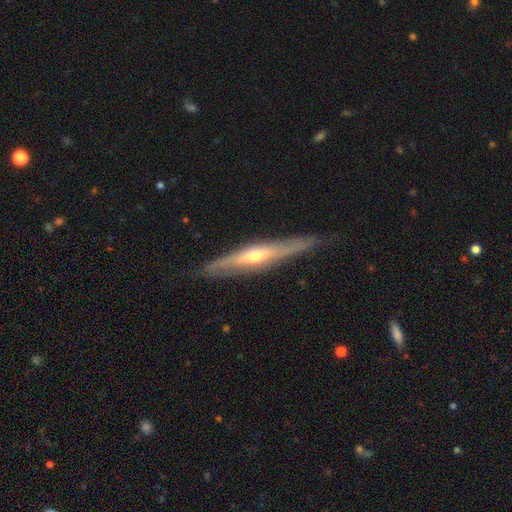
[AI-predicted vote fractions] This is likely a featured or disk galaxy (69%). It is clearly viewed edge-on (85%). Edge-on bulge: likely rounded (77%). Merging: clearly none (82%).